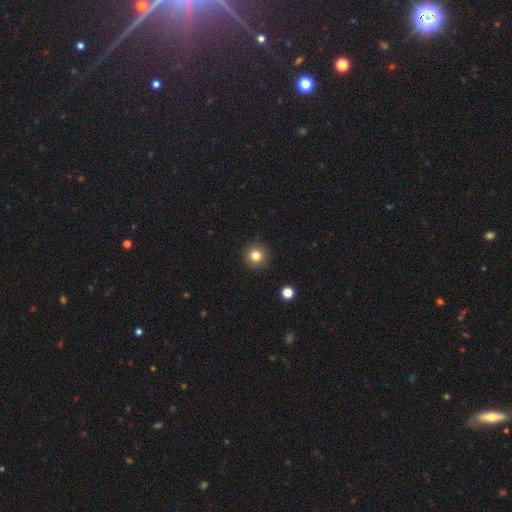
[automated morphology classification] A smooth galaxy with no disk features (81%) that is round (95%).

Vote fractions:
- Smooth or featured? smooth: 81% / star or artifact: 12% / featured or disk: 7%
- How rounded? round: 95% / in between: 4% / cigar-shaped: 1%
- Merging? none: 92% / minor disturbance: 5% / major disturbance: 2% / merger: 1%